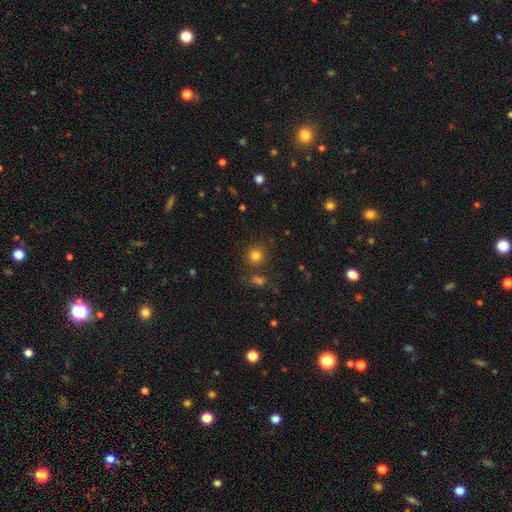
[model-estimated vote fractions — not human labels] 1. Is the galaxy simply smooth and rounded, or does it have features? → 80% smooth, 15% star or artifact, 6% featured or disk.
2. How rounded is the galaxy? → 91% round, 8% in between, 1% cigar-shaped.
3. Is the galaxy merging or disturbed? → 82% none, 8% minor disturbance, 7% merger, 3% major disturbance.